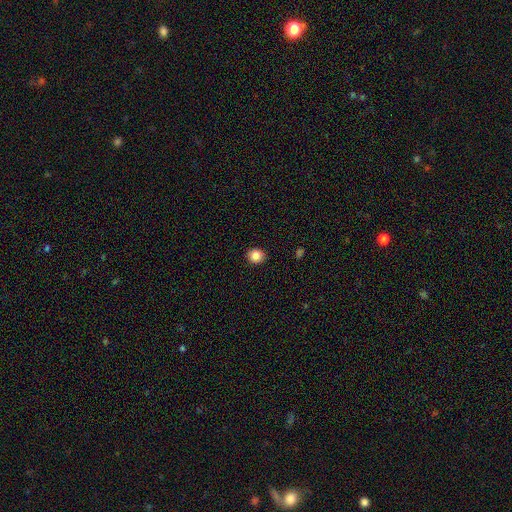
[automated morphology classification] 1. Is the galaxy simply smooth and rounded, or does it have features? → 85% smooth, 10% star or artifact, 5% featured or disk.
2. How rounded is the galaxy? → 81% round, 18% in between, 1% cigar-shaped.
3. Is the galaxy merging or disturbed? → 91% none, 7% minor disturbance, 2% major disturbance, 1% merger.